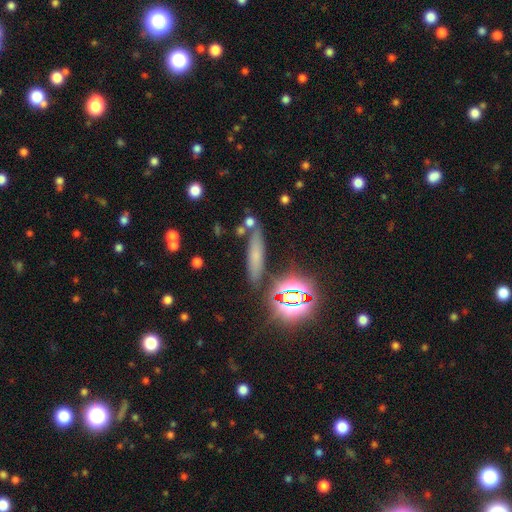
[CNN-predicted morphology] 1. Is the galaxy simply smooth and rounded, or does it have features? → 57% smooth, 25% star or artifact, 19% featured or disk.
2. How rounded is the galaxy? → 74% cigar-shaped, 20% in between, 6% round.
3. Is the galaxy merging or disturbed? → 78% none, 11% minor disturbance, 7% merger, 4% major disturbance.